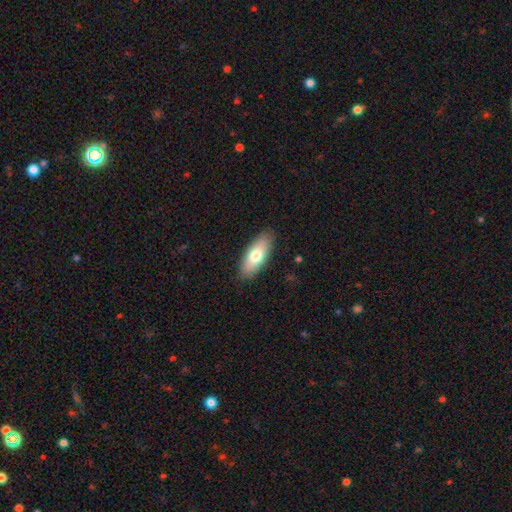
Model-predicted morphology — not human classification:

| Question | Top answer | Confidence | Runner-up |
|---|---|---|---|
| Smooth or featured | smooth | 74% | featured or disk (20%) |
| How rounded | in between | 79% | cigar-shaped (19%) |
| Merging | none | 88% | minor disturbance (9%) |